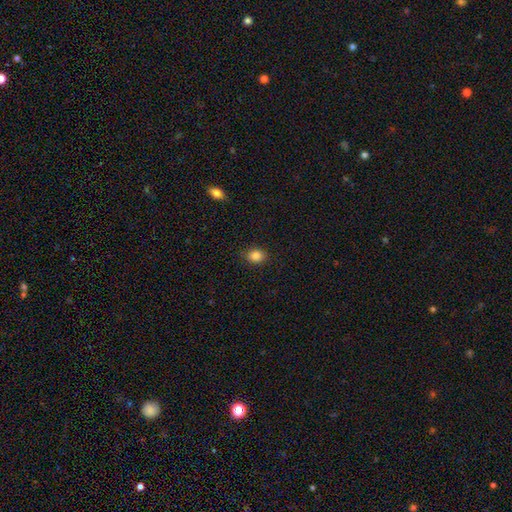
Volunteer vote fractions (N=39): Smooth or featured?
  - smooth: 90% *
  - star or artifact: 10%
  - featured or disk: 0%
How rounded?
  - round: 54% *
  - in between: 46%
  - cigar-shaped: 0%
Merging?
  - none: 91% *
  - minor disturbance: 9%
  - major disturbance: 0%
  - merger: 0%